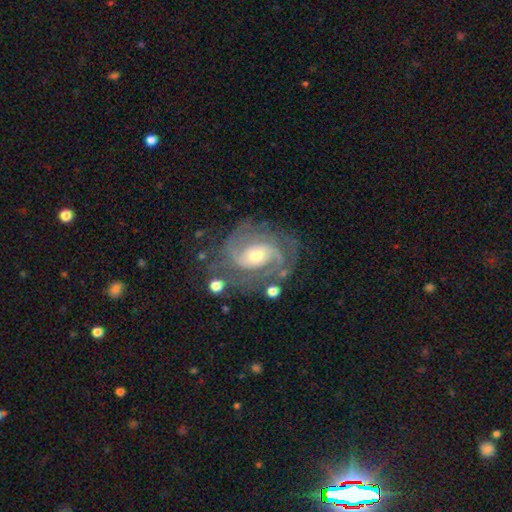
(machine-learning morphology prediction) A featured or disk galaxy (90%) with no bar (53%), 2 (49%) tight (46%) spiral arms (97%) and a moderate central bulge (52%).

Vote fractions:
- Smooth or featured? featured or disk: 90% / star or artifact: 5% / smooth: 5%
- Edge-on disk? no: 98% / yes: 2%
- Bar? no: 53% / weak: 35% / strong: 12%
- Spiral arms? yes: 97% / no: 3%
- Spiral winding? tight: 46% / medium: 44% / loose: 10%
- Spiral arm count? 2: 49% / 3: 23% / can't tell: 12% / 4: 6% / 1: 5% / more than 4: 4%
- Bulge size? moderate: 52% / small: 41% / large: 5% / none: 1% / dominant: 1%
- Merging? none: 68% / minor disturbance: 17% / major disturbance: 11% / merger: 4%